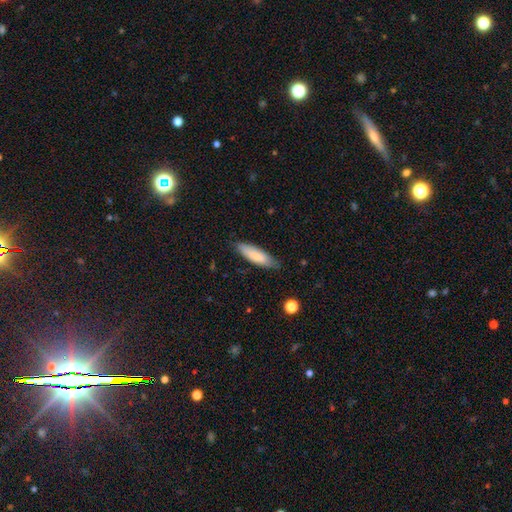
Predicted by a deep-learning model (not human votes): Q: Smooth or featured?
A: smooth (79%); runner-up: featured or disk (15%)
Q: How rounded?
A: cigar-shaped (50%); runner-up: in between (48%)
Q: Merging?
A: none (78%); runner-up: minor disturbance (17%)